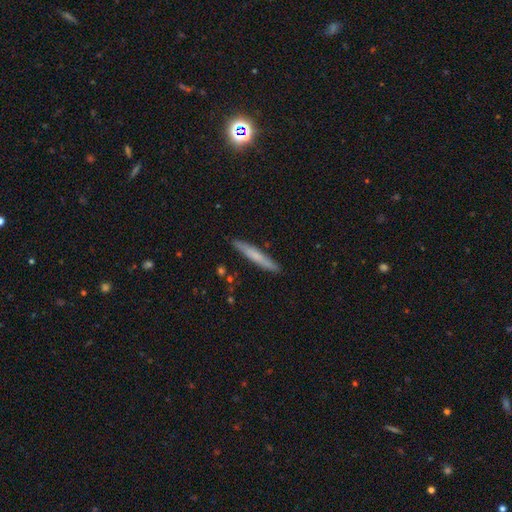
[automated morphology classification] smooth 62%, featured or disk 32%, star or artifact 6%. Down the decision tree: how rounded — cigar-shaped (95%); merging — none (89%).